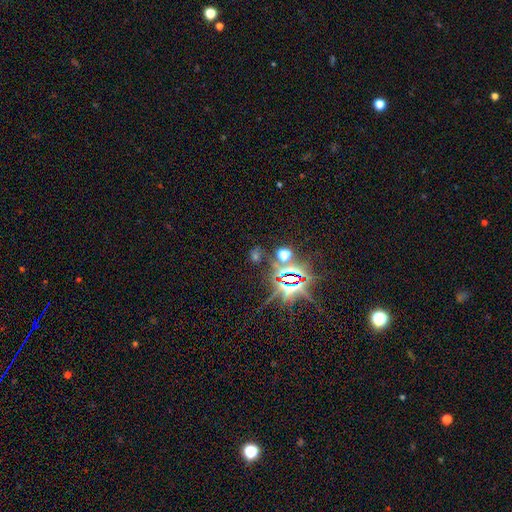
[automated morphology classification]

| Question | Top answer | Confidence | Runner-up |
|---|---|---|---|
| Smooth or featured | star or artifact | 72% | smooth (19%) |